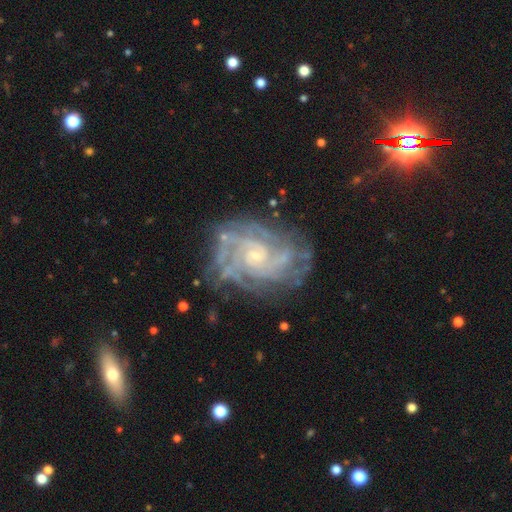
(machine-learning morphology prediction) featured or disk 89%, star or artifact 6%, smooth 4%. Down the decision tree: edge-on disk — no (97%); bar — no (70%); spiral arms — yes (97%); spiral arm count — can't tell (24%); spiral winding — tight (68%); bulge size — small (74%); merging — none (71%).